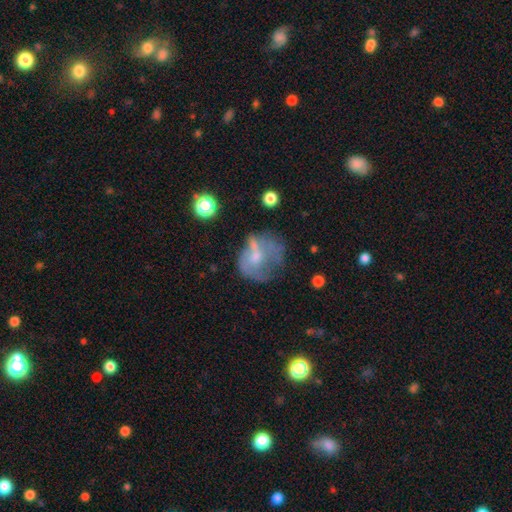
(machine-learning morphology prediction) type=featured or disk (49%); merging=none (33%).